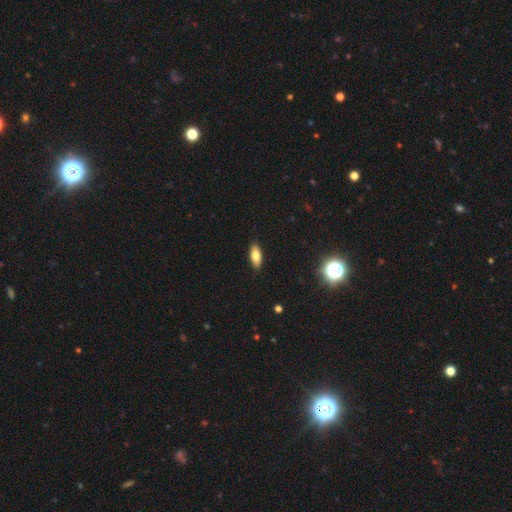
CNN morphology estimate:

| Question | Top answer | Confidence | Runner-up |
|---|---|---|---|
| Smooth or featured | smooth | 77% | featured or disk (14%) |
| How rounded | in between | 81% | cigar-shaped (16%) |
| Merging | none | 89% | minor disturbance (8%) |